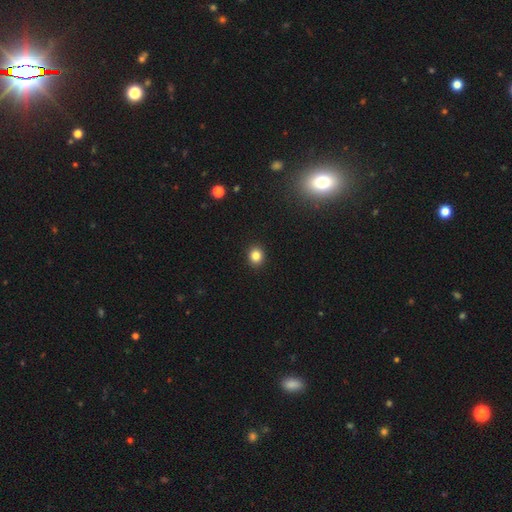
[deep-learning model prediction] The model was most divided on "how rounded": round: 76%, in between: 23%, cigar-shaped: 1%. More confident: merging — none (93%); smooth or featured — smooth (84%).